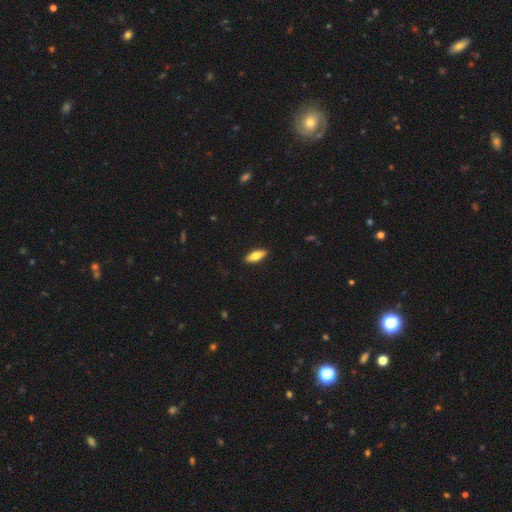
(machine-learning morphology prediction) Smooth or featured? smooth (68%)
How rounded? in between (63%)
Merging? none (89%)